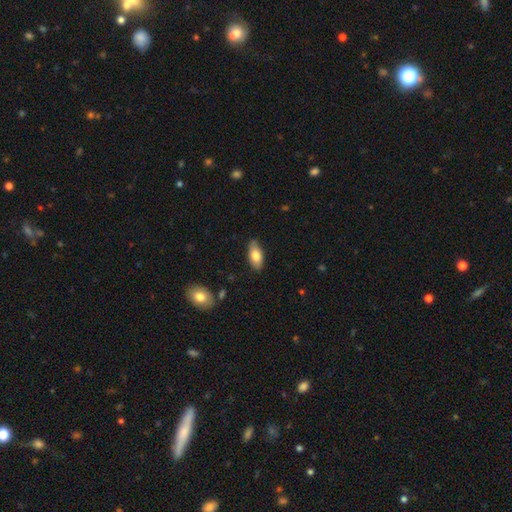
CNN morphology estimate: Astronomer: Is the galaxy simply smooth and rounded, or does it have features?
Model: smooth — 78%.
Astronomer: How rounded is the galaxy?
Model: in between — 89%.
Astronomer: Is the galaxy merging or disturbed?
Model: none — 84%.